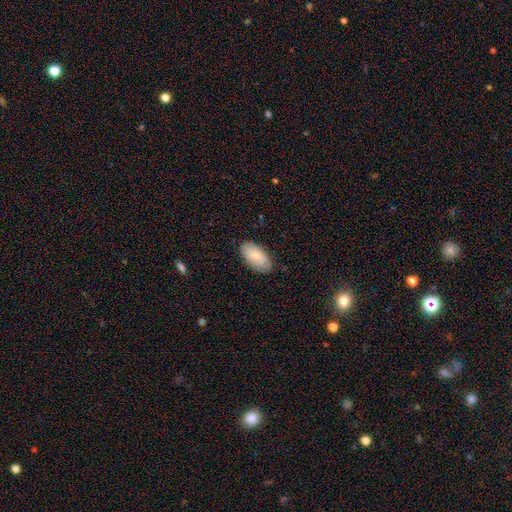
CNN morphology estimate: The model was most divided on "smooth or featured": smooth: 81%, featured or disk: 13%, star or artifact: 6%. More confident: how rounded — in between (95%); merging — none (84%).